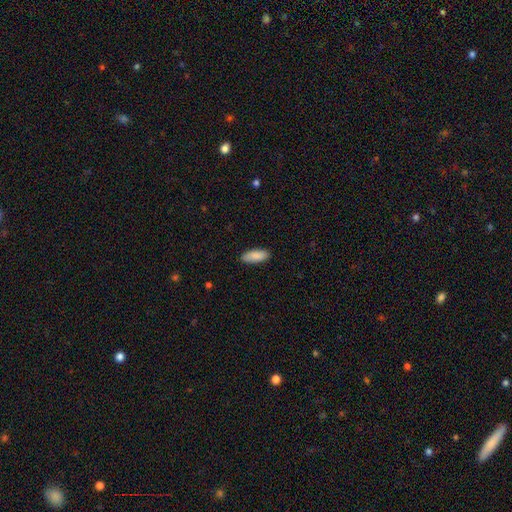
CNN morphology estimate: smooth 89%, star or artifact 6%, featured or disk 5%. Down the decision tree: how rounded — in between (75%); merging — none (88%).